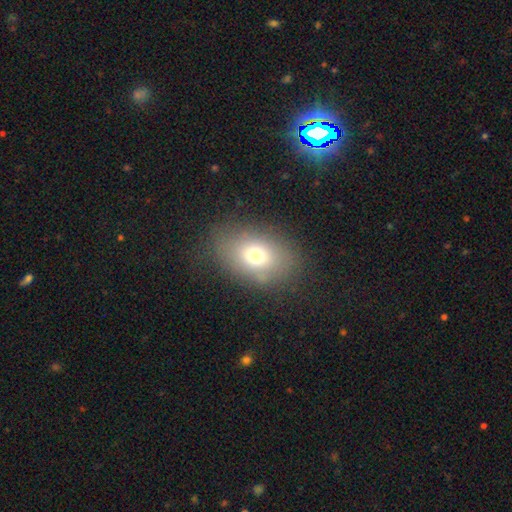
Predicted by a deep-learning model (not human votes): Overall: smooth (72%). How rounded: in between (77%). Merging: none (77%).